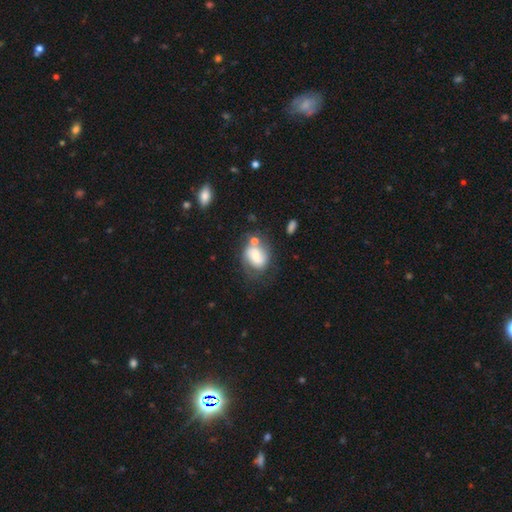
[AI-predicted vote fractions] smooth-or-featured: featured or disk: 48% | smooth: 43% | star or artifact: 9%
  merging: none: 44% | minor disturbance: 23% | merger: 17% | major disturbance: 16%